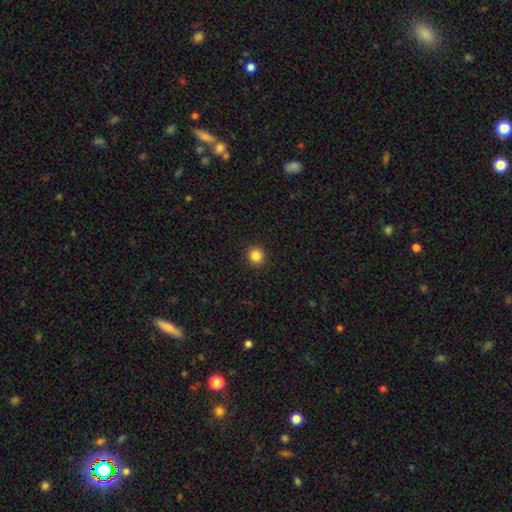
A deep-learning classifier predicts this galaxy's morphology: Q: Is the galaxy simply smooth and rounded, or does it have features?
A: smooth — 85%.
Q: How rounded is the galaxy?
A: round — 89%.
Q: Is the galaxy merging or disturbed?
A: none — 92%.